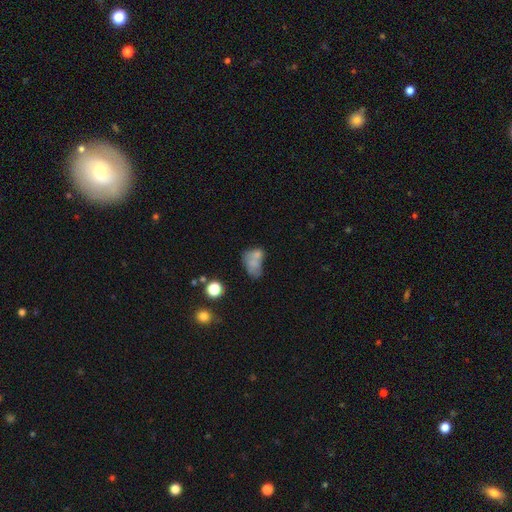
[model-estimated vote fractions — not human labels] The model was most divided on "merging": merger: 44%, none: 26%, minor disturbance: 16%, major disturbance: 14%. More confident: how rounded — in between (75%); smooth or featured — smooth (57%).